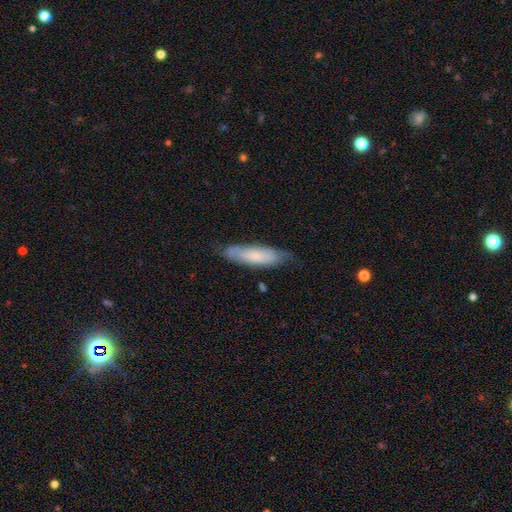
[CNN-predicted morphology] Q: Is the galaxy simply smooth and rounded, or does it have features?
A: smooth — 62%.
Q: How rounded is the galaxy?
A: cigar-shaped — 61%.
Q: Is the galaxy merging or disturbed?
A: none — 69%.